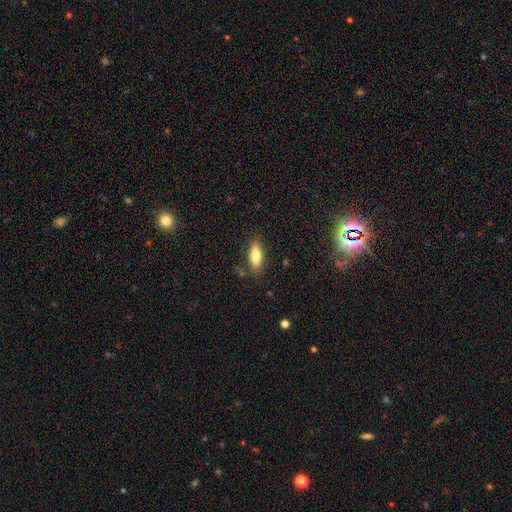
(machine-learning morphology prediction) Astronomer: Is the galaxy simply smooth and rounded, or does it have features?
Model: smooth — 73%.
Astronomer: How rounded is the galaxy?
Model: in between — 67%.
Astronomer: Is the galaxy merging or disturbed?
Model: none — 82%.